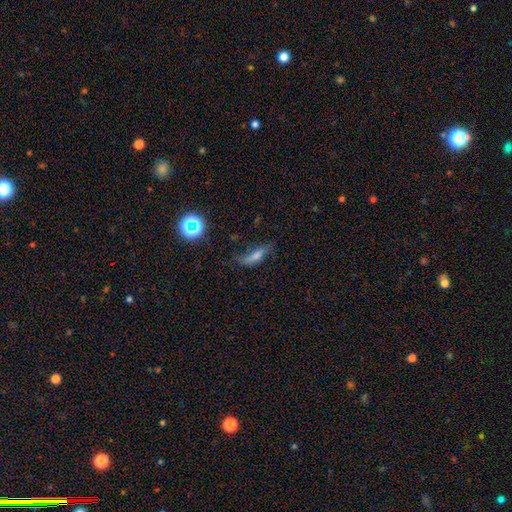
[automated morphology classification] smooth_or_featured: smooth (p=0.50) [alt: featured or disk p=0.34]
how_rounded: cigar-shaped (p=0.54) [alt: in between p=0.41]
merging: none (p=0.49) [alt: minor disturbance p=0.30]